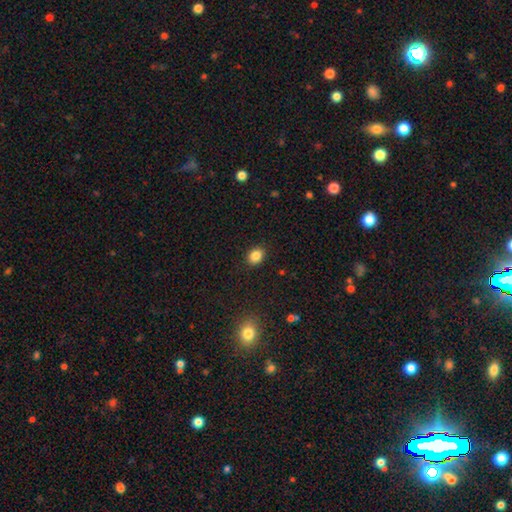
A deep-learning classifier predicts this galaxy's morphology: Smooth or featured? Predicted: smooth (p=0.86). How rounded? Predicted: in between (p=0.56). Merging? Predicted: none (p=0.89).